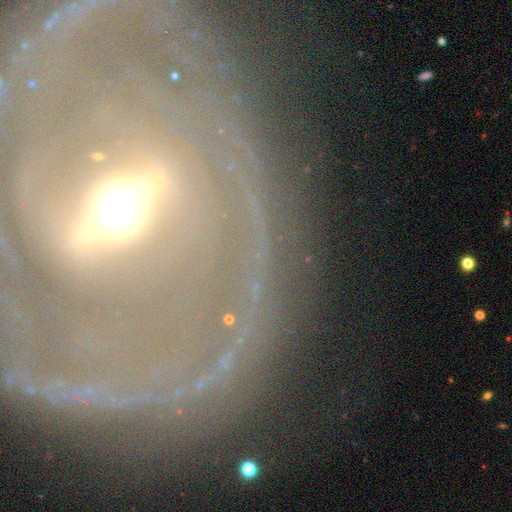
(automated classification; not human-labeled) Smooth or featured: featured or disk — 83% (star or artifact — 9%)
Edge-on disk: no — 80% (yes — 20%)
Bar: strong — 62% (weak — 22%)
Spiral arms: yes — 66% (no — 34%)
Bulge size: moderate — 65% (small — 17%)
Merging: none — 75% (minor disturbance — 12%)